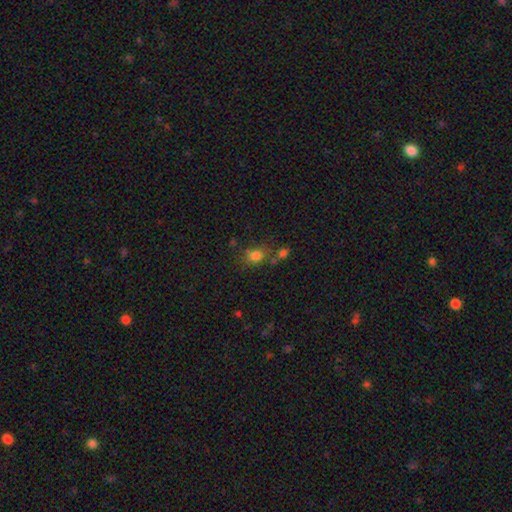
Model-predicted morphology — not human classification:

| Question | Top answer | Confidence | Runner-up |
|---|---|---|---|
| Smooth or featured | smooth | 77% | star or artifact (14%) |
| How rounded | in between | 50% | round (49%) |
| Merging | none | 55% | merger (20%) |